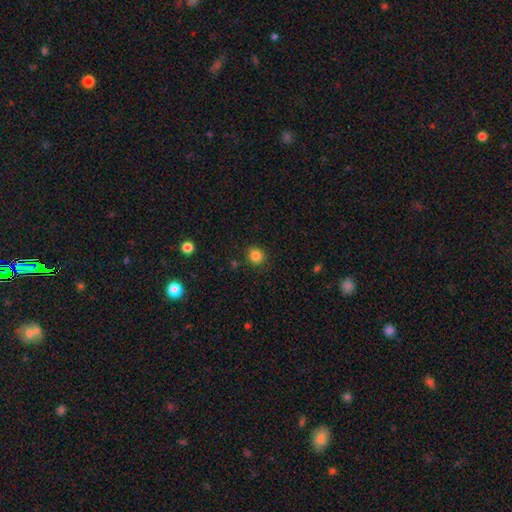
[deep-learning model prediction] Smooth or featured? smooth (84%)
How rounded? round (88%)
Merging? none (88%)